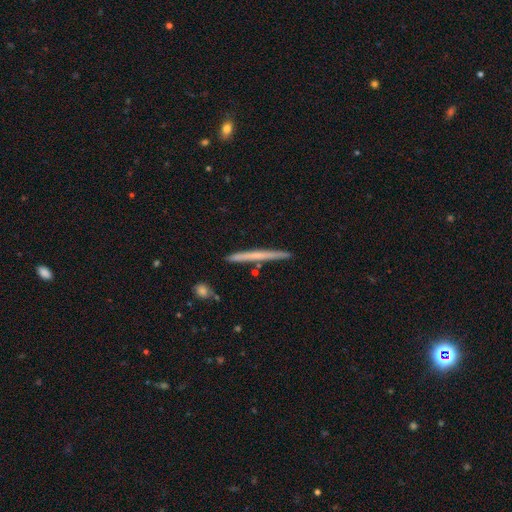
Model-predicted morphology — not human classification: A smooth galaxy with no disk features (49%).

Vote fractions:
- Smooth or featured? smooth: 49% / featured or disk: 46% / star or artifact: 6%
- Merging? none: 89% / minor disturbance: 7% / merger: 2% / major disturbance: 1%